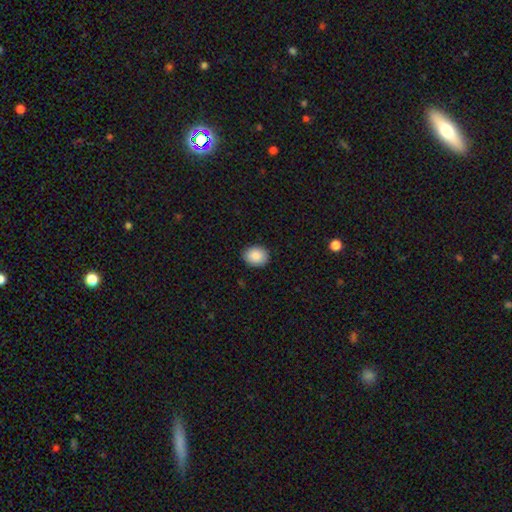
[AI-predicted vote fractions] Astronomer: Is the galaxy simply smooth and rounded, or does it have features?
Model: smooth — 89%.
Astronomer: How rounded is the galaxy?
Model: round — 51% (runner-up: in between, 48%).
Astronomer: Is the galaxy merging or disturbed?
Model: none — 88%.